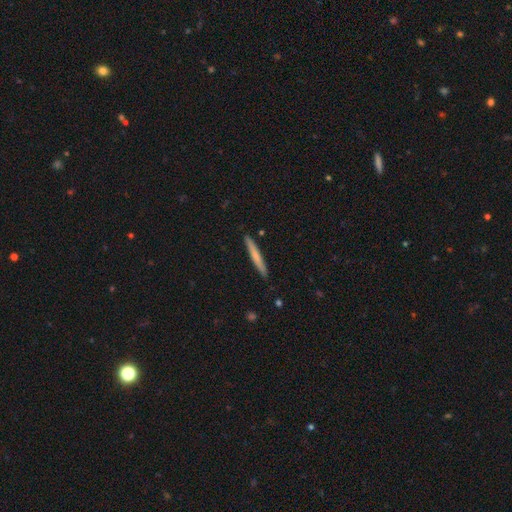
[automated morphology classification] smooth-or-featured: smooth: 62% | featured or disk: 33% | star or artifact: 5%
  how-rounded: cigar-shaped: 96% | in between: 3% | round: 1%
  merging: none: 91% | minor disturbance: 7% | merger: 1% | major disturbance: 1%